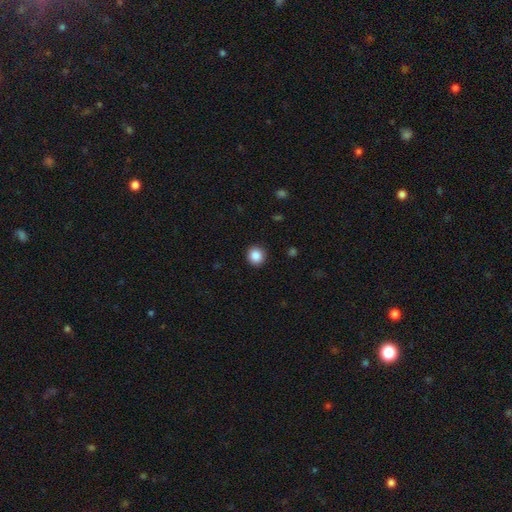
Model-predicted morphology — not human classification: type=smooth (88%); roundness=round (88%); merging=none (92%).